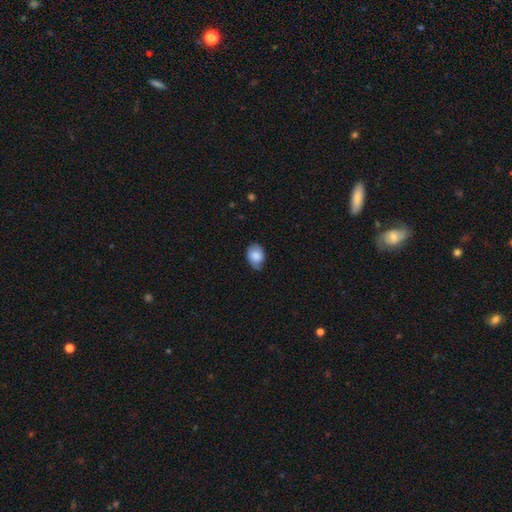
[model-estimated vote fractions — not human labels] Morphology: type=smooth (83%); roundness=in between (66%); merging=none (61%).